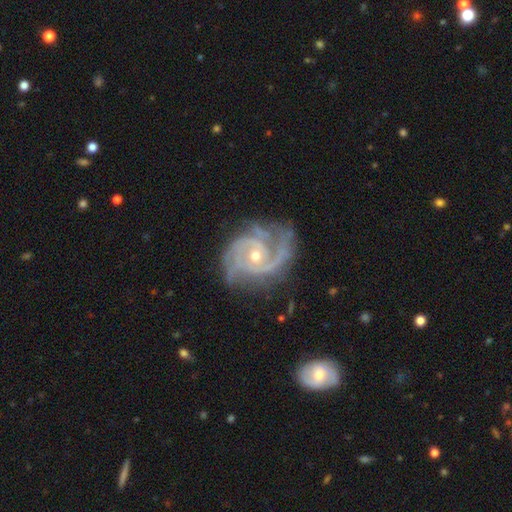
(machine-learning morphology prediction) Smooth or featured? featured or disk (92%)
Edge-on disk? no (98%)
Bar? no (69%)
Spiral arms? yes (98%)
Spiral winding? tight (47%)
Spiral arm count? 2 (47%)
Bulge size? small (51%)
Merging? none (63%)